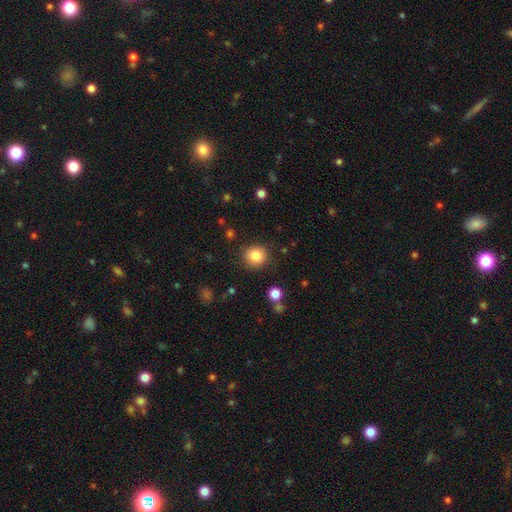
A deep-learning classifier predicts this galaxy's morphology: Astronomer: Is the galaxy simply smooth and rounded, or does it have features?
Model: smooth — 84%.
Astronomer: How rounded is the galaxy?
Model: round — 91%.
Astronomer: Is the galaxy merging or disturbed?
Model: none — 88%.